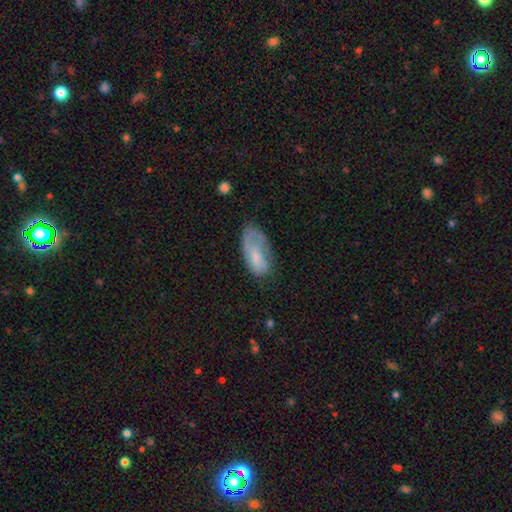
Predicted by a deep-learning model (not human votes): smooth-or-featured: smooth: 59% | featured or disk: 34% | star or artifact: 8%
  how-rounded: in between: 90% | cigar-shaped: 7% | round: 3%
  merging: none: 39% | minor disturbance: 32% | major disturbance: 26% | merger: 3%